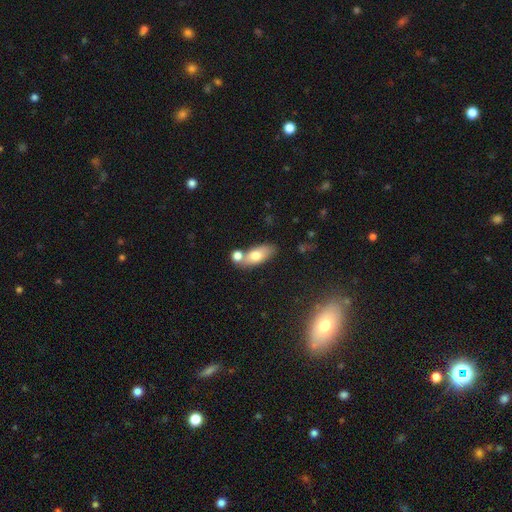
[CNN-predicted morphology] Q: Smooth or featured?
A: smooth (74%); runner-up: featured or disk (19%)
Q: How rounded?
A: in between (82%); runner-up: cigar-shaped (13%)
Q: Merging?
A: none (55%); runner-up: merger (27%)